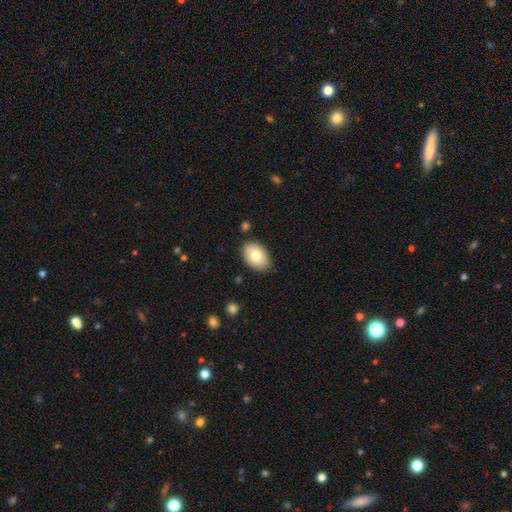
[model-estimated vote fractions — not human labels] Smooth or featured: smooth — 77% (featured or disk — 16%)
How rounded: in between — 87% (round — 12%)
Merging: none — 85% (minor disturbance — 11%)